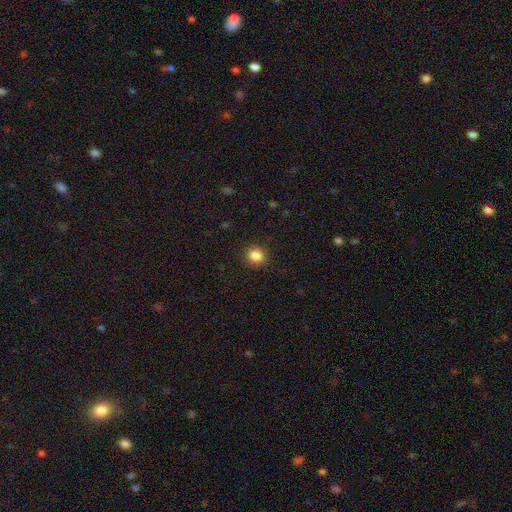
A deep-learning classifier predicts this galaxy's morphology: Smooth or featured: smooth — 85% (star or artifact — 10%)
How rounded: round — 88% (in between — 11%)
Merging: none — 91% (minor disturbance — 6%)